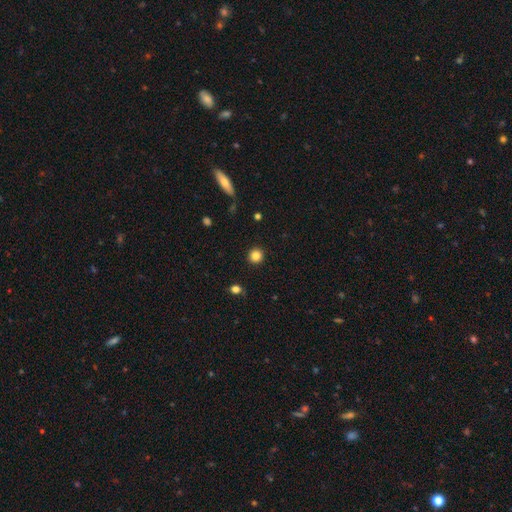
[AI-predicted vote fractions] This appears to be a smooth galaxy with no disk features (84%) that is round (94%). Merging: none (92%).